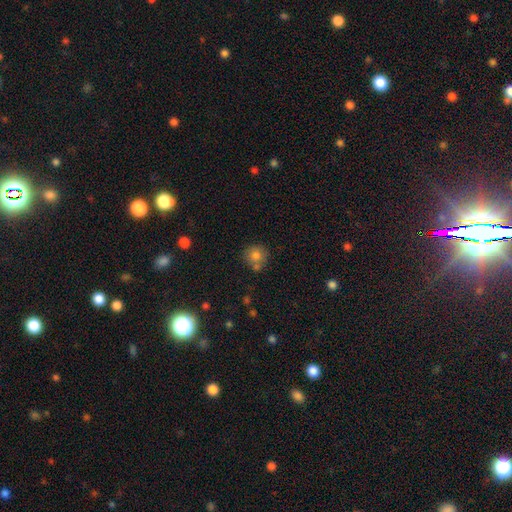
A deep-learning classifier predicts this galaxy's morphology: A smooth galaxy with no disk features (79%) that is round (90%). Merging: none (66%).